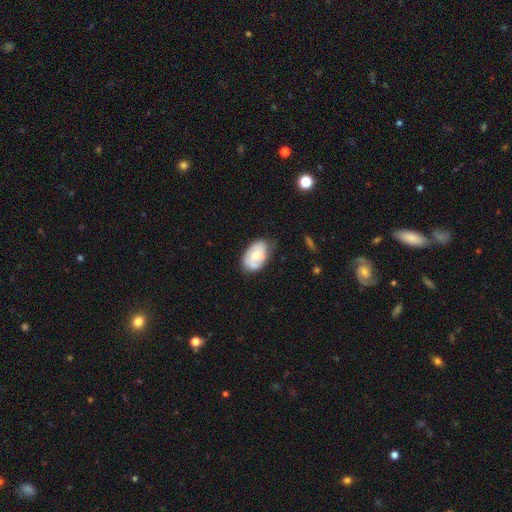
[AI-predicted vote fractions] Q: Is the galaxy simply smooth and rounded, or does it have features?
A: smooth — 55%.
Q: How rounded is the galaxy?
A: in between — 90%.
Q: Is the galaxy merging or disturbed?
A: none — 58%.